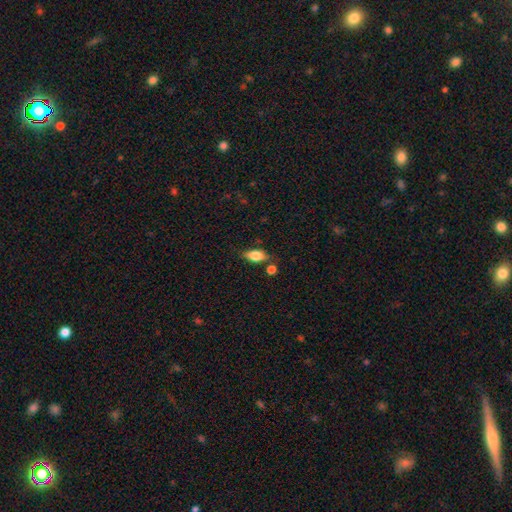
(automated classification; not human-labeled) Morphology: type=smooth (78%); roundness=in between (86%); merging=none (73%).